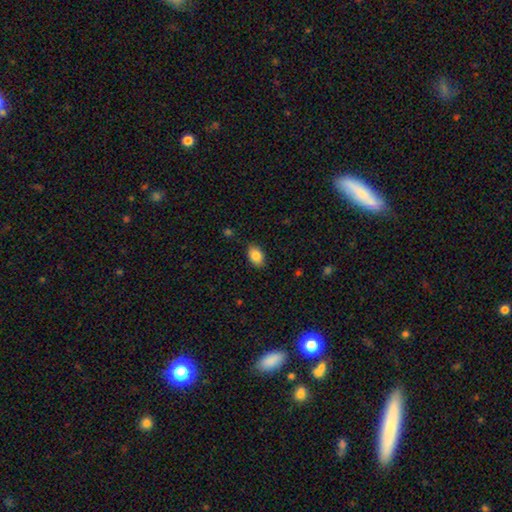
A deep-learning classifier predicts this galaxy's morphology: type=smooth (84%); roundness=in between (87%); merging=none (86%).